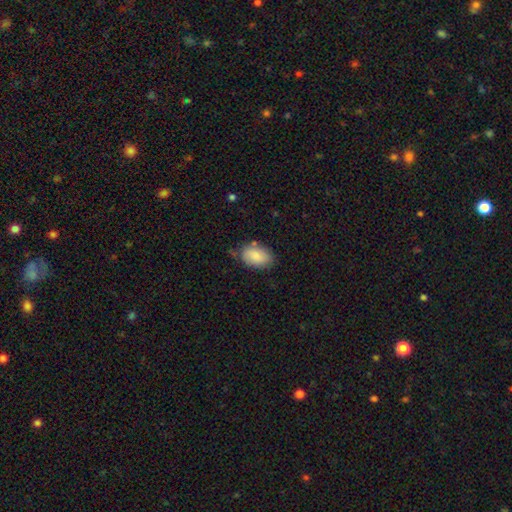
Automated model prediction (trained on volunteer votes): Smooth or featured? smooth (84%)
How rounded? in between (90%)
Merging? none (70%)